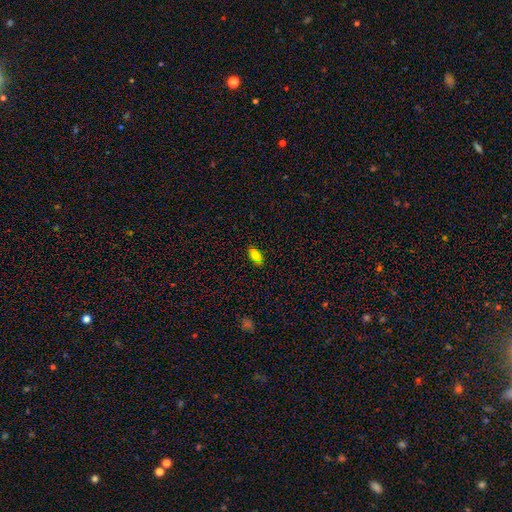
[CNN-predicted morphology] A smooth galaxy with no disk features (82%) that is in between round and cigar-shaped (91%).

Vote fractions:
- Smooth or featured? smooth: 82% / star or artifact: 11% / featured or disk: 6%
- How rounded? in between: 91% / cigar-shaped: 5% / round: 4%
- Merging? none: 84% / minor disturbance: 12% / major disturbance: 2% / merger: 1%